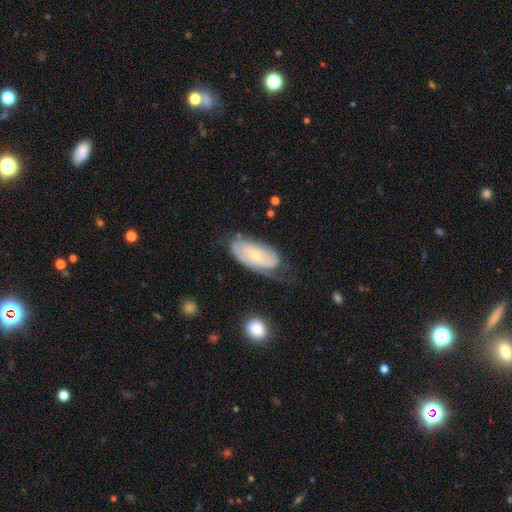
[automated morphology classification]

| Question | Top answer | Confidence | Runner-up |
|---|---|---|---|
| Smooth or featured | featured or disk | 66% | smooth (28%) |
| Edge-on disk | no | 93% | yes (7%) |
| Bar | no | 75% | weak (21%) |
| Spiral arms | yes | 84% | no (16%) |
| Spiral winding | tight | 58% | medium (29%) |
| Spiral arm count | can't tell | 40% | 2 (39%) |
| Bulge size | small | 66% | moderate (30%) |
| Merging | none | 54% | minor disturbance (29%) |